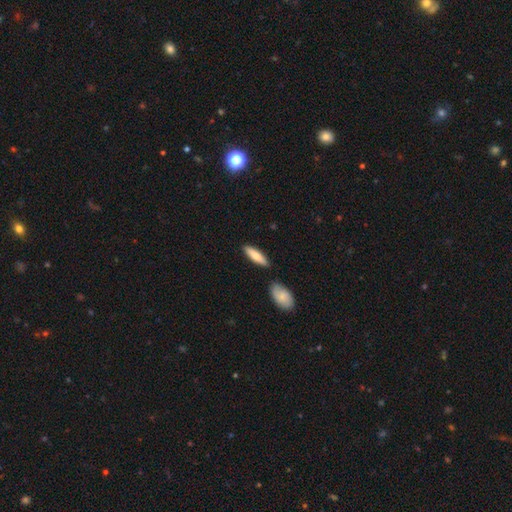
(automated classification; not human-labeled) Smooth or featured? smooth (77%)
How rounded? cigar-shaped (59%)
Merging? none (81%)